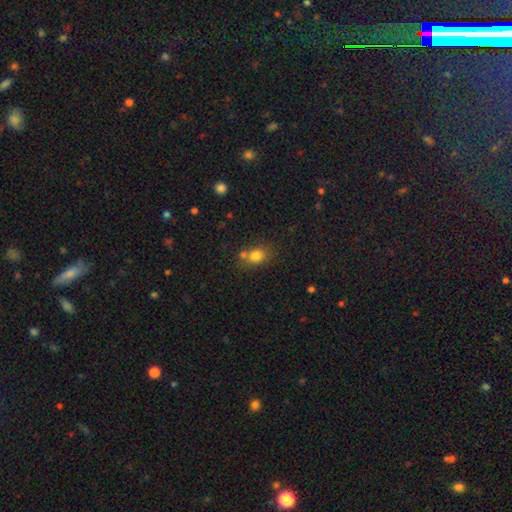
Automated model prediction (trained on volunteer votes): Smooth or featured? smooth (79%)
How rounded? round (53%)
Merging? none (57%)